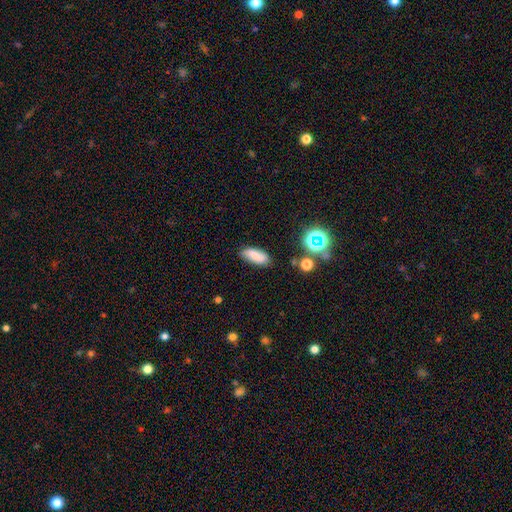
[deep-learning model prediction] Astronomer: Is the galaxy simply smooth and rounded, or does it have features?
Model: smooth — 76%.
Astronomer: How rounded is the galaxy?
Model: in between — 79%.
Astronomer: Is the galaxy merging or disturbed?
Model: none — 79%.